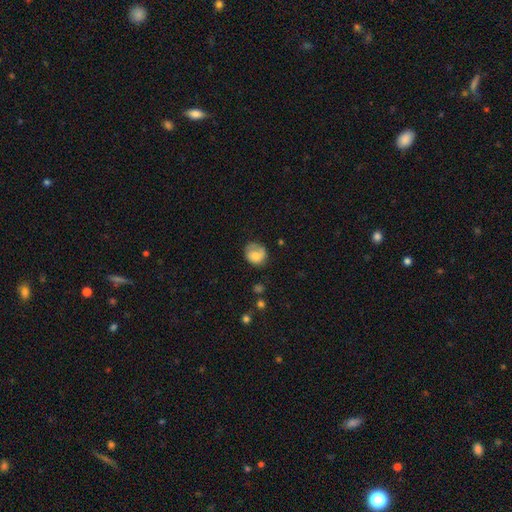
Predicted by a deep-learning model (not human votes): This appears to be a smooth galaxy with no disk features (68%) that is round (66%). Merging: none (52%).